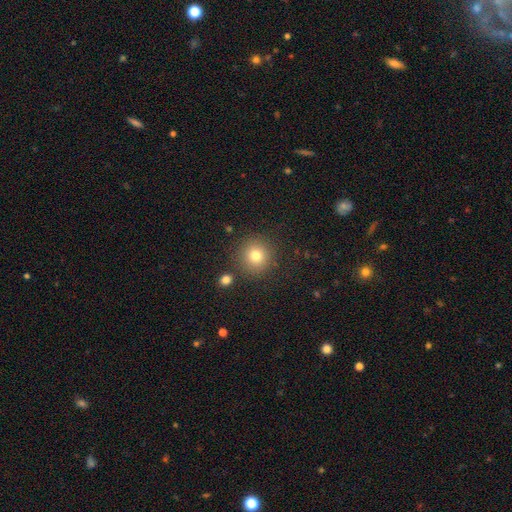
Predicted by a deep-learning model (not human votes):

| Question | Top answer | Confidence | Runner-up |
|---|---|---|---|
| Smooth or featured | smooth | 78% | star or artifact (13%) |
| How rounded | round | 93% | in between (6%) |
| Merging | none | 86% | minor disturbance (7%) |